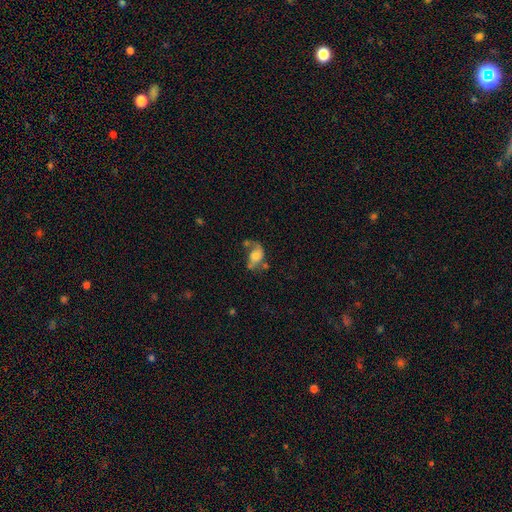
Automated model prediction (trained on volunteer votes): Smooth or featured: featured or disk — 50% (smooth — 40%)
Merging: major disturbance — 33% (none — 30%)